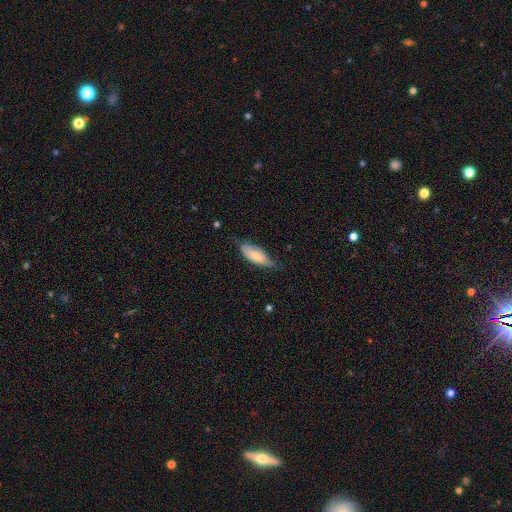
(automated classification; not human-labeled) smooth 75%, featured or disk 20%, star or artifact 6%. Down the decision tree: how rounded — in between (76%); merging — none (62%).